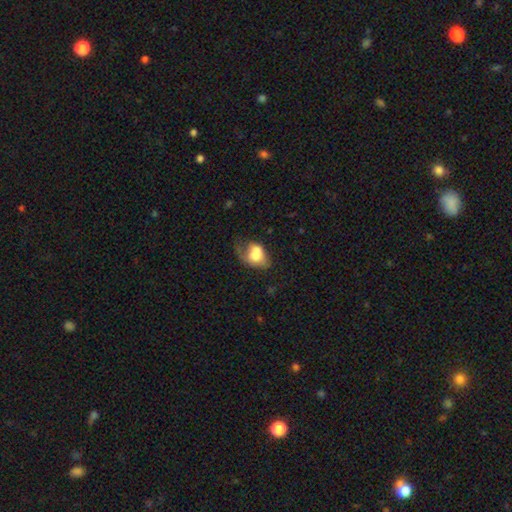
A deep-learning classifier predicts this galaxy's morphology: smooth_or_featured: smooth (p=0.64) [alt: featured or disk p=0.27]
how_rounded: in between (p=0.68) [alt: round p=0.30]
merging: merger (p=0.30) [alt: major disturbance p=0.27]